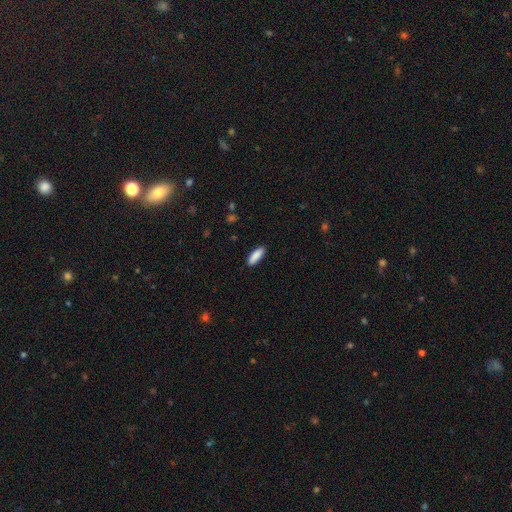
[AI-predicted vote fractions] Q: Smooth or featured?
A: smooth (89%); runner-up: star or artifact (6%)
Q: How rounded?
A: in between (57%); runner-up: cigar-shaped (42%)
Q: Merging?
A: none (89%); runner-up: minor disturbance (8%)